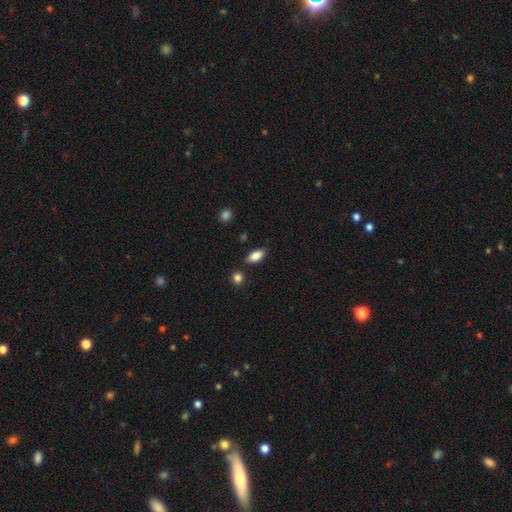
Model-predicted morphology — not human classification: Smooth or featured? smooth (86%)
How rounded? in between (89%)
Merging? none (82%)